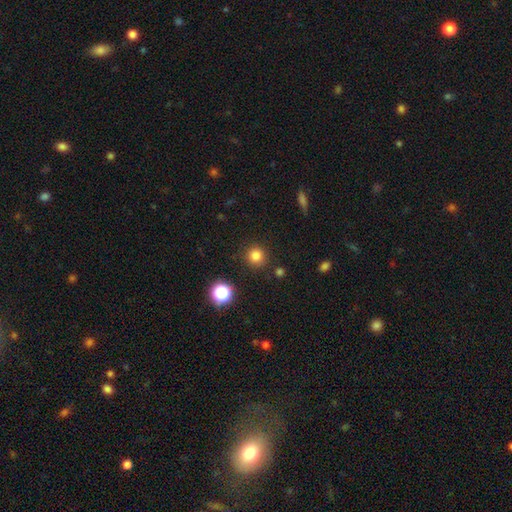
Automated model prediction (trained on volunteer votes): smooth-or-featured: smooth: 81% | star or artifact: 15% | featured or disk: 5%
  how-rounded: round: 93% | in between: 6% | cigar-shaped: 1%
  merging: none: 88% | minor disturbance: 7% | major disturbance: 3% | merger: 2%